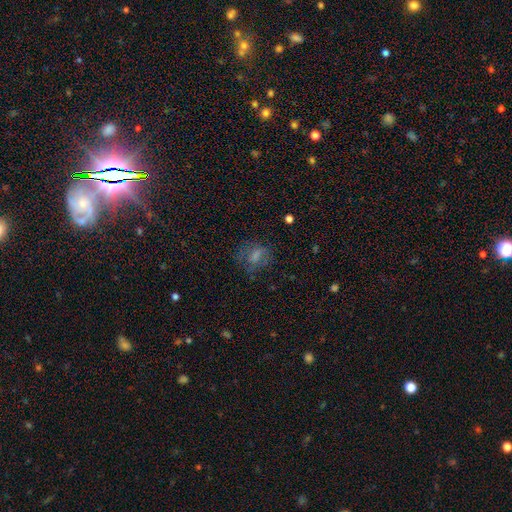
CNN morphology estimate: Q: Smooth or featured?
A: smooth (59%); runner-up: featured or disk (27%)
Q: How rounded?
A: in between (54%); runner-up: round (43%)
Q: Merging?
A: none (53%); runner-up: major disturbance (23%)